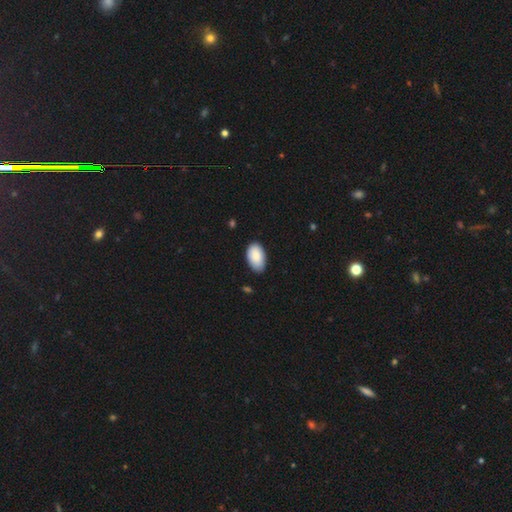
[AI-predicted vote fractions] The model was most divided on "merging": none: 79%, minor disturbance: 17%, major disturbance: 2%, merger: 1%. More confident: how rounded — in between (95%); smooth or featured — smooth (88%).